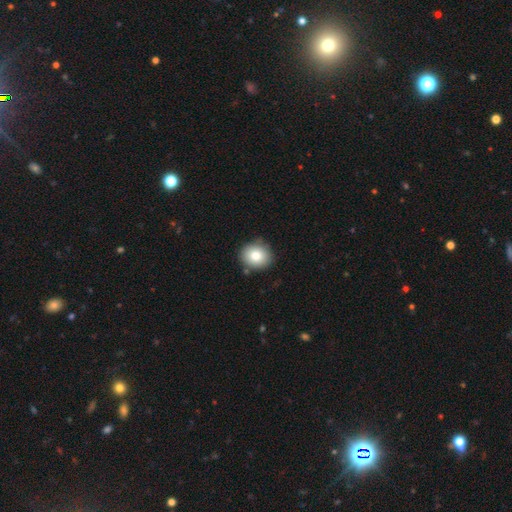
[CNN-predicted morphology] smooth_or_featured: smooth (p=0.82) [alt: featured or disk p=0.09]
how_rounded: round (p=0.73) [alt: in between p=0.26]
merging: none (p=0.83) [alt: minor disturbance p=0.12]